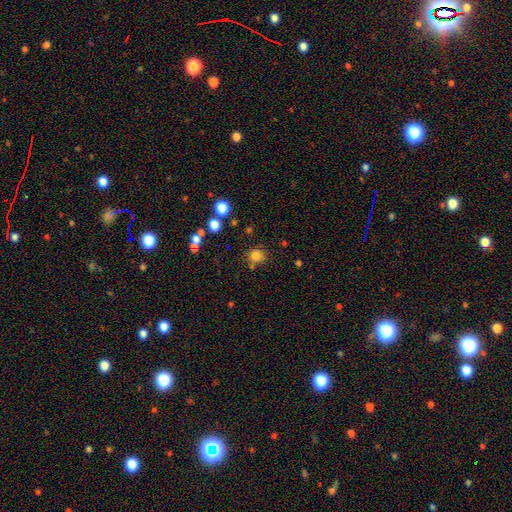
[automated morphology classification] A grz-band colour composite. It shows a smooth galaxy with no disk features (79%) that is round (80%). Merging: none (74%).